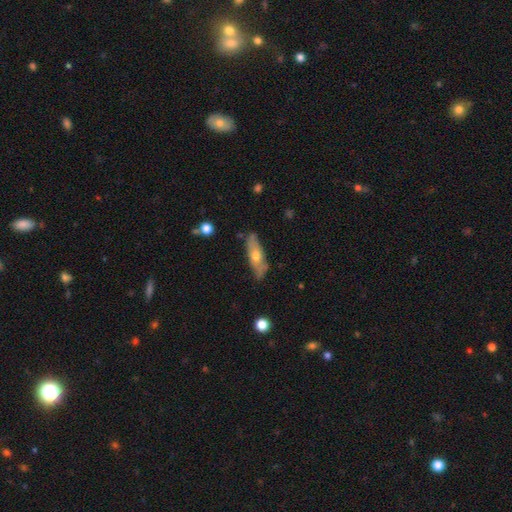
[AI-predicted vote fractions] This appears to be a featured or disk galaxy (48%). Merging: none (78%).